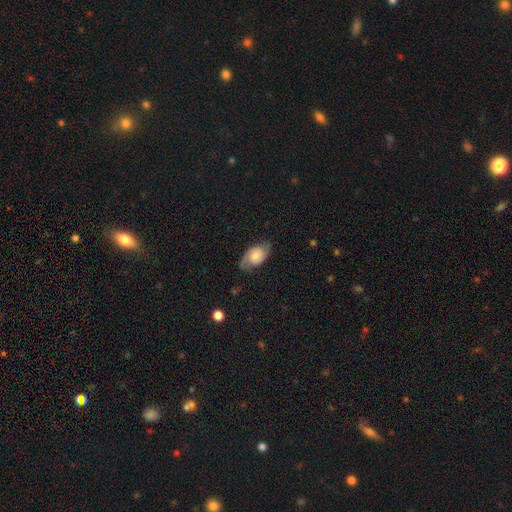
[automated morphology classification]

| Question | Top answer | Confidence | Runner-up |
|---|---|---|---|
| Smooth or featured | featured or disk | 61% | smooth (31%) |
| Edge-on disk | no | 95% | yes (5%) |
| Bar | no | 68% | weak (27%) |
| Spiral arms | yes | 91% | no (9%) |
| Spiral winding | medium | 45% | tight (28%) |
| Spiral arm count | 2 | 87% | can't tell (7%) |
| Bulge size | small | 36% | moderate (30%) |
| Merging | none | 70% | minor disturbance (20%) |